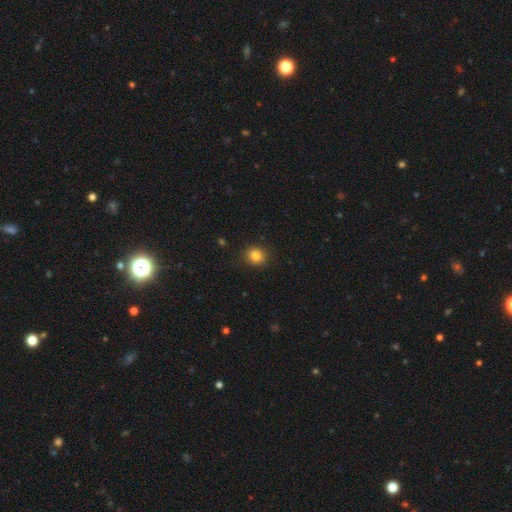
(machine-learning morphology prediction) This is clearly a smooth galaxy (84%). How rounded: likely round (77%). Merging: clearly none (87%).